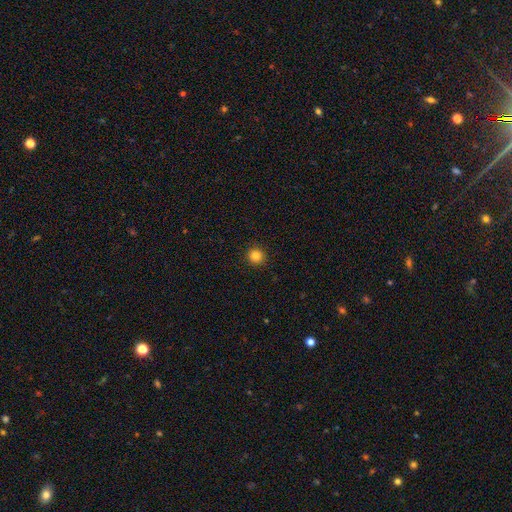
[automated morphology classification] A smooth galaxy with no disk features (83%) that is round (93%). Merging: none (92%).